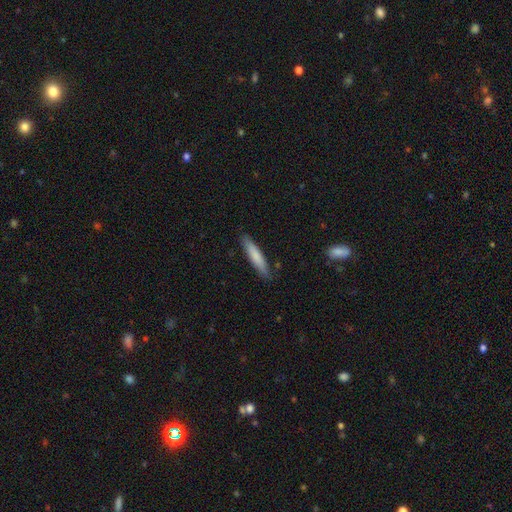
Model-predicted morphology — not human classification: A smooth galaxy with no disk features (76%) that is cigar-shaped (89%).

Vote fractions:
- Smooth or featured? smooth: 76% / featured or disk: 19% / star or artifact: 5%
- How rounded? cigar-shaped: 89% / in between: 10% / round: 1%
- Merging? none: 86% / minor disturbance: 11% / major disturbance: 2% / merger: 1%